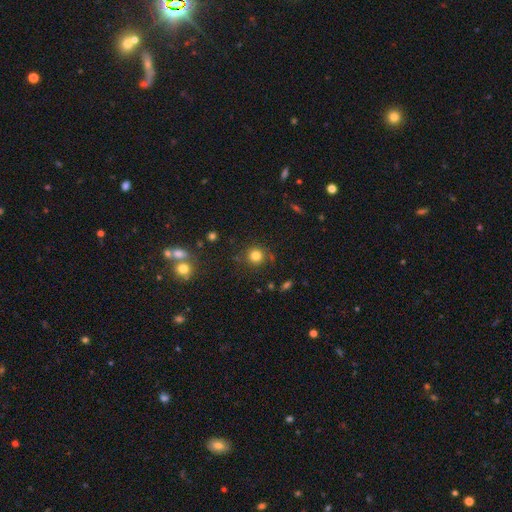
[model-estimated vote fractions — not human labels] smooth 80%, star or artifact 14%, featured or disk 6%. Down the decision tree: how rounded — round (93%); merging — none (84%).